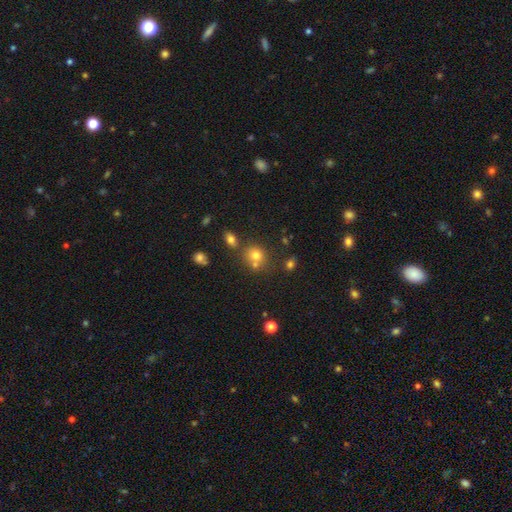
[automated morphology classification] This appears to be a smooth galaxy with no disk features (71%) that is round (79%). Merging: none (60%).